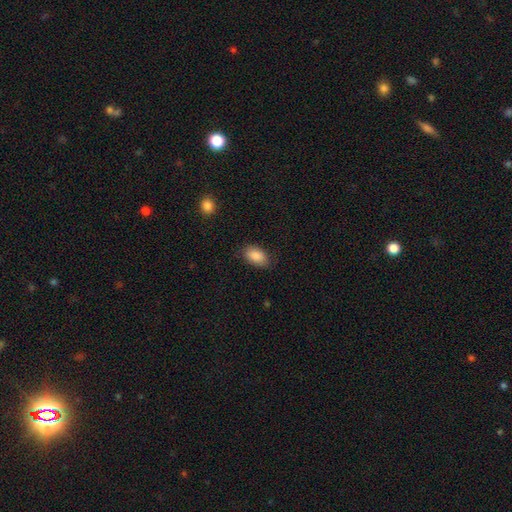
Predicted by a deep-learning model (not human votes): The model was most divided on "merging": none: 81%, minor disturbance: 14%, major disturbance: 4%, merger: 1%. More confident: how rounded — in between (92%); smooth or featured — smooth (88%).